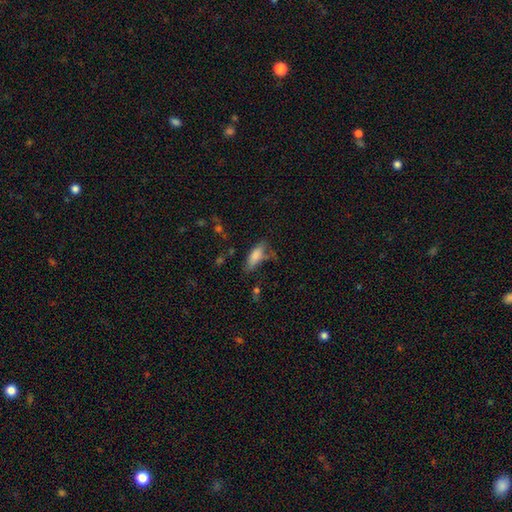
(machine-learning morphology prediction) smooth_or_featured: smooth (p=0.77) [alt: featured or disk p=0.15]
how_rounded: in between (p=0.62) [alt: cigar-shaped p=0.35]
merging: none (p=0.53) [alt: minor disturbance p=0.27]